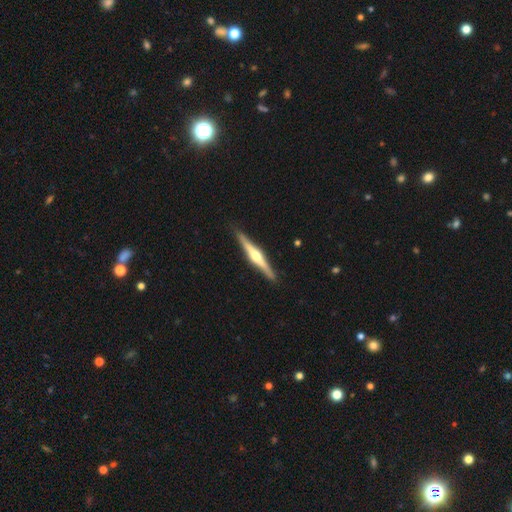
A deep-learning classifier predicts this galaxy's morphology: Smooth or featured: featured or disk — 74% (smooth — 21%)
Edge-on disk: yes — 98% (no — 2%)
Edge-on bulge: rounded — 88% (boxy — 7%)
Merging: none — 90% (minor disturbance — 8%)